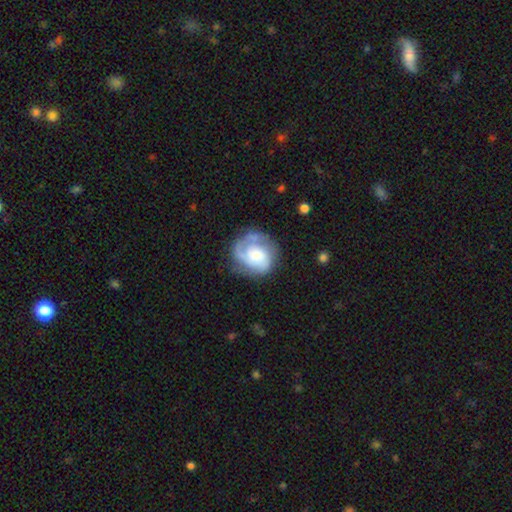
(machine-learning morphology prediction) smooth_or_featured: featured or disk (p=0.65) [alt: smooth p=0.28]
disk_edge_on: no (p=0.98) [alt: yes p=0.02]
bar: no (p=0.72) [alt: weak p=0.23]
has_spiral_arms: yes (p=0.86) [alt: no p=0.14]
spiral_winding: tight (p=0.48) [alt: medium p=0.36]
spiral_arm_count: 1 (p=0.39) [alt: 2 p=0.33]
bulge_size: large (p=0.29) [tied with: moderate p=0.29]
merging: none (p=0.57) [alt: minor disturbance p=0.22]